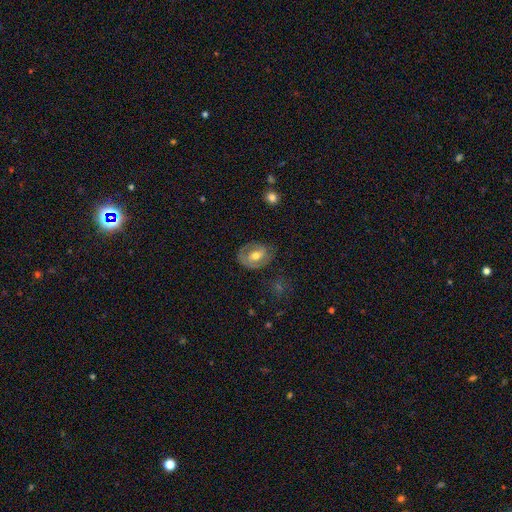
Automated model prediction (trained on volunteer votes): smooth-or-featured: featured or disk: 55% | smooth: 38% | star or artifact: 7%
  disk-edge-on: no: 94% | yes: 6%
    bar: no: 44% | weak: 37% | strong: 18%
    has-spiral-arms: yes: 54% | no: 46%
    bulge-size: moderate: 72% | small: 17% | large: 9% | none: 1% | dominant: 1%
  merging: none: 67% | minor disturbance: 22% | major disturbance: 10% | merger: 2%